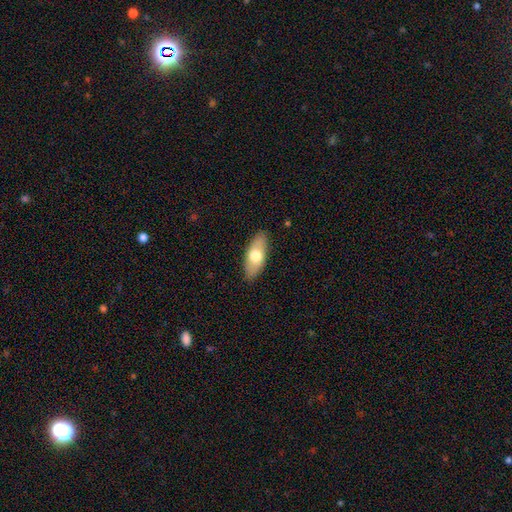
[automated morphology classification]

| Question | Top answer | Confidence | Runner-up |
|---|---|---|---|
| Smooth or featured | smooth | 67% | featured or disk (28%) |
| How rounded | in between | 82% | cigar-shaped (15%) |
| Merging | none | 87% | minor disturbance (10%) |